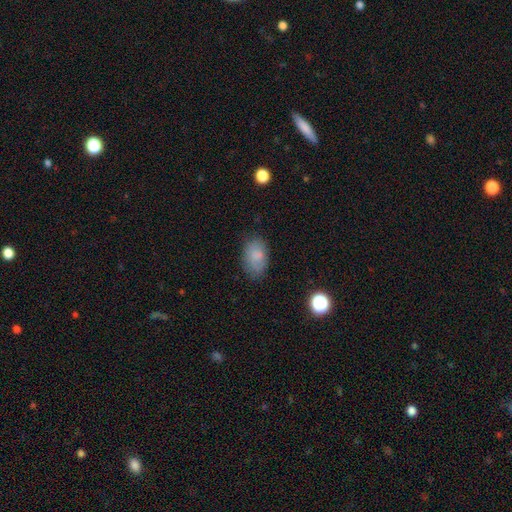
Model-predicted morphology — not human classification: smooth_or_featured: smooth (p=0.80) [alt: featured or disk p=0.11]
how_rounded: in between (p=0.88) [alt: round p=0.10]
merging: none (p=0.76) [alt: minor disturbance p=0.18]